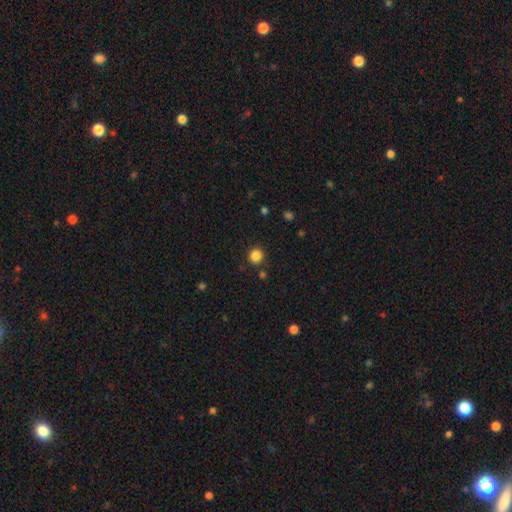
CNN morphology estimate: Smooth or featured: smooth — 85% (star or artifact — 12%)
How rounded: round — 91% (in between — 8%)
Merging: none — 87% (minor disturbance — 7%)